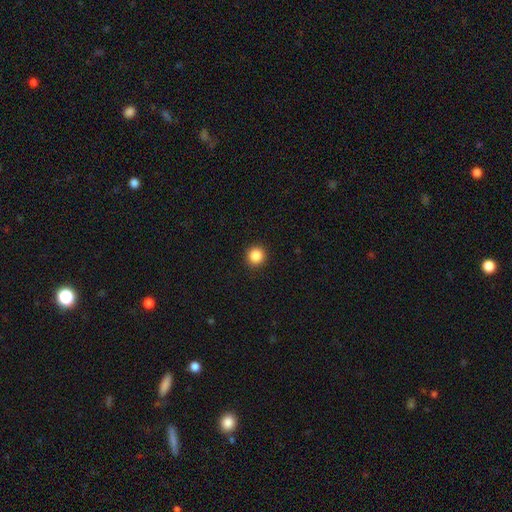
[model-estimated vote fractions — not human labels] Overall: smooth (87%). How rounded: round (94%). Merging: none (93%).